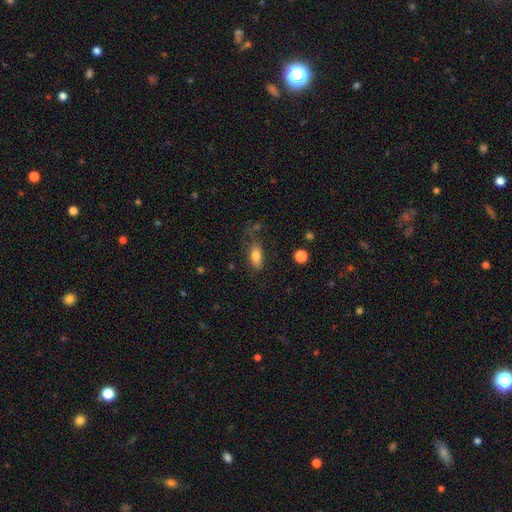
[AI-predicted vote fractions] A smooth galaxy with no disk features (79%) that is in between round and cigar-shaped (82%).

Vote fractions:
- Smooth or featured? smooth: 79% / featured or disk: 13% / star or artifact: 9%
- How rounded? in between: 82% / cigar-shaped: 14% / round: 5%
- Merging? none: 63% / minor disturbance: 23% / major disturbance: 9% / merger: 5%